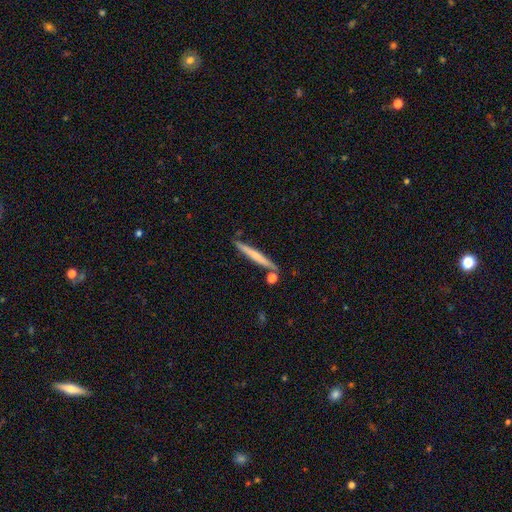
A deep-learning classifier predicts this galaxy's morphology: A smooth galaxy with no disk features (55%) that is cigar-shaped (96%). Merging: none (81%).